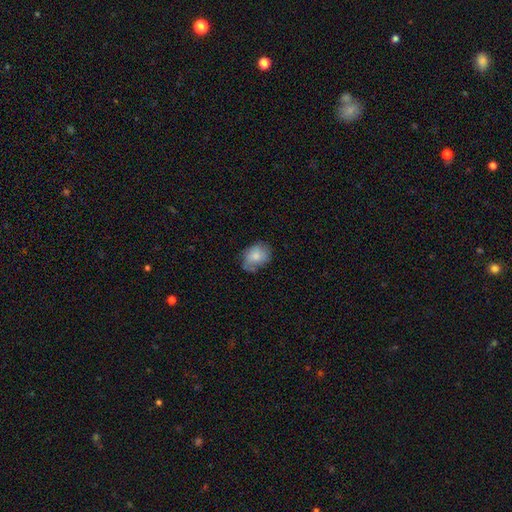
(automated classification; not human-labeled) Smooth or featured?
  - smooth: 73% *
  - featured or disk: 19%
  - star or artifact: 8%
How rounded?
  - in between: 68% *
  - round: 31%
  - cigar-shaped: 1%
Merging?
  - none: 55% *
  - minor disturbance: 32%
  - major disturbance: 11%
  - merger: 2%